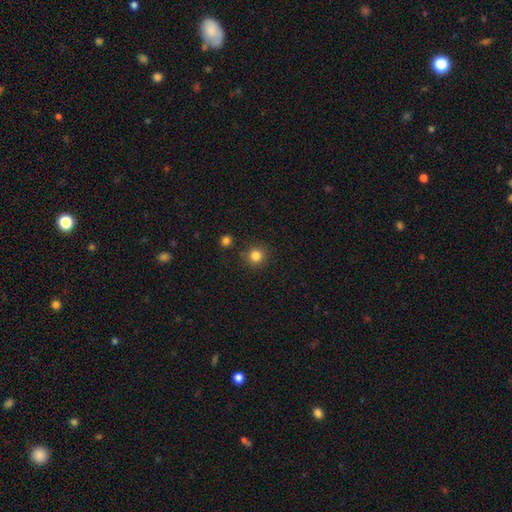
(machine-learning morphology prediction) The model was most divided on "smooth or featured": smooth: 83%, star or artifact: 12%, featured or disk: 5%. More confident: how rounded — round (93%); merging — none (86%).